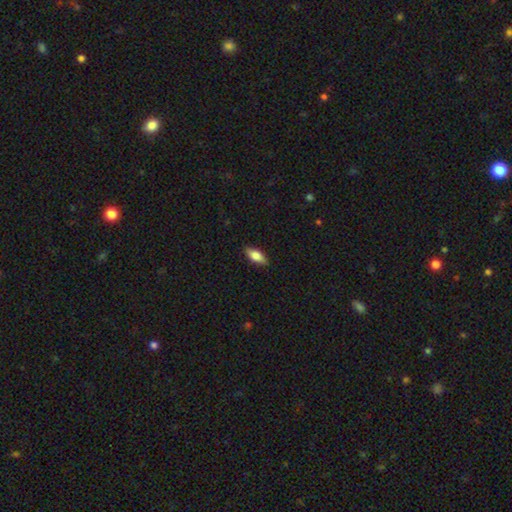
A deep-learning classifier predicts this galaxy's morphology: Smooth or featured?
  - smooth: 76% *
  - featured or disk: 17%
  - star or artifact: 6%
How rounded?
  - in between: 83% *
  - cigar-shaped: 15%
  - round: 3%
Merging?
  - none: 88% *
  - minor disturbance: 9%
  - major disturbance: 2%
  - merger: 1%